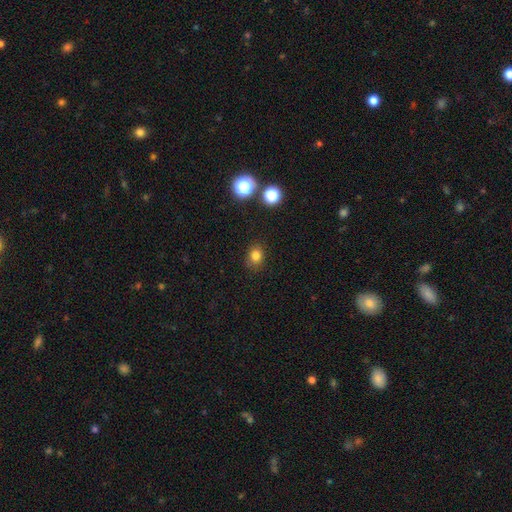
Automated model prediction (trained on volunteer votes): Morphology: type=smooth (80%); roundness=round (55%); merging=none (83%).